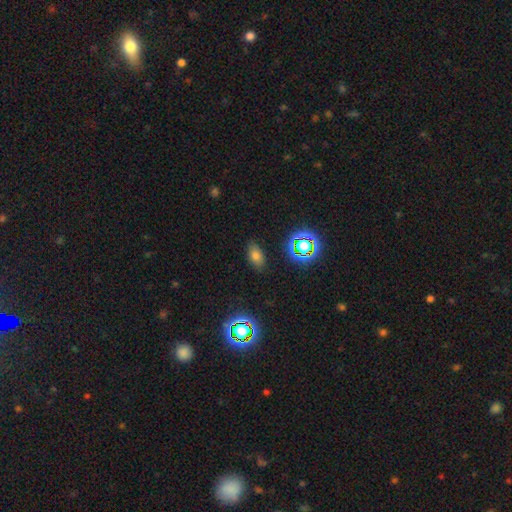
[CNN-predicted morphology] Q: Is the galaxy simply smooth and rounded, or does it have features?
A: smooth — 69%.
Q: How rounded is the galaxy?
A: in between — 88%.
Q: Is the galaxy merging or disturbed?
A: none — 84%.